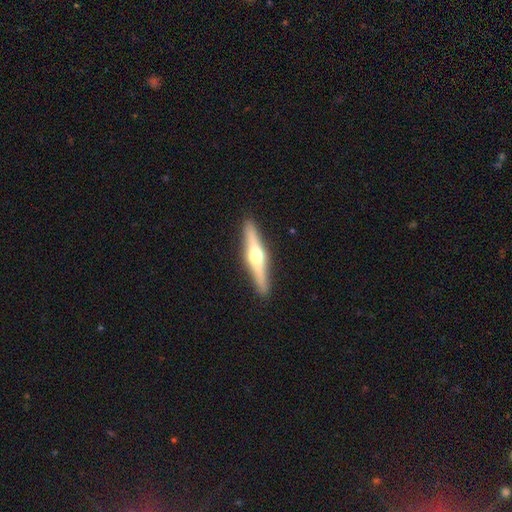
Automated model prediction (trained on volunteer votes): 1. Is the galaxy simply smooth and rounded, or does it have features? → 69% featured or disk, 26% smooth, 5% star or artifact.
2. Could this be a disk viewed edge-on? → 97% yes, 3% no.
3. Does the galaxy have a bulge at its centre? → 93% rounded, 4% boxy, 3% none.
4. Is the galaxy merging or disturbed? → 91% none, 7% minor disturbance, 1% major disturbance, 1% merger.